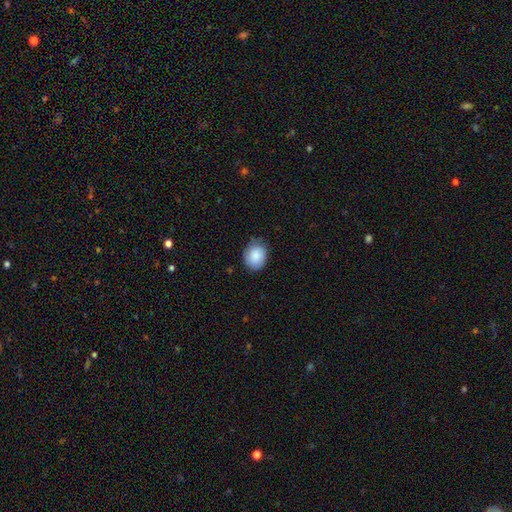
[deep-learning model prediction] A smooth galaxy with no disk features (85%) that is round (51%). Merging: none (74%).